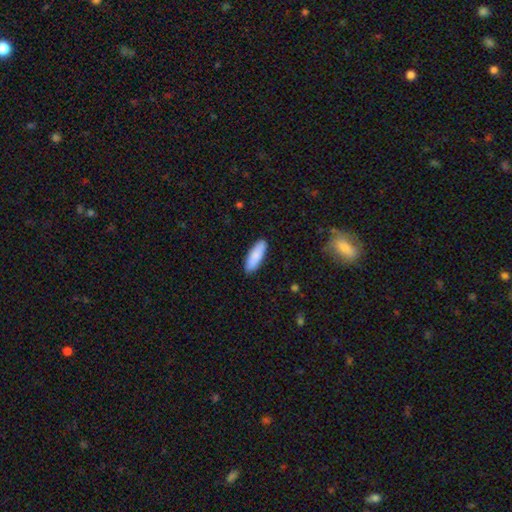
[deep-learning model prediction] Q: Smooth or featured?
A: smooth (87%); runner-up: featured or disk (8%)
Q: How rounded?
A: in between (54%); runner-up: cigar-shaped (44%)
Q: Merging?
A: none (89%); runner-up: minor disturbance (8%)